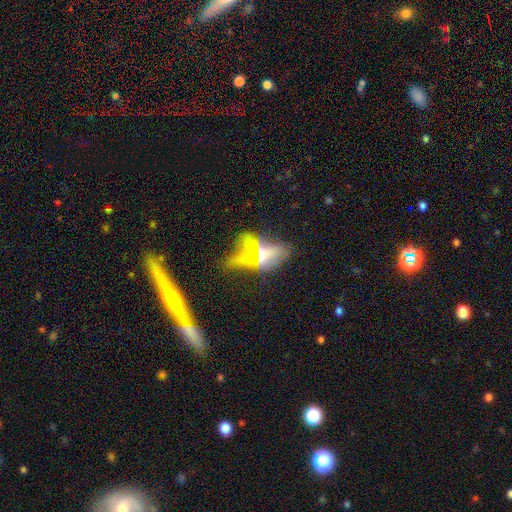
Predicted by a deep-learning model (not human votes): The model was most divided on "smooth or featured": featured or disk: 44%, smooth: 36%, star or artifact: 20%. More confident: merging — none (58%).